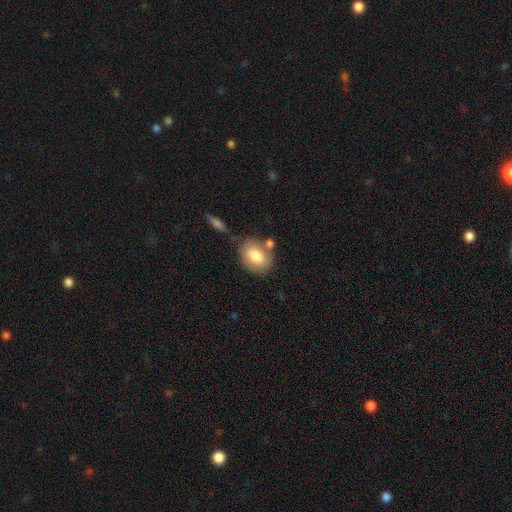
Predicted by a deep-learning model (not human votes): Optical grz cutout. It shows a smooth galaxy with no disk features (77%) that is in between round and cigar-shaped (68%). Merging: none (61%).